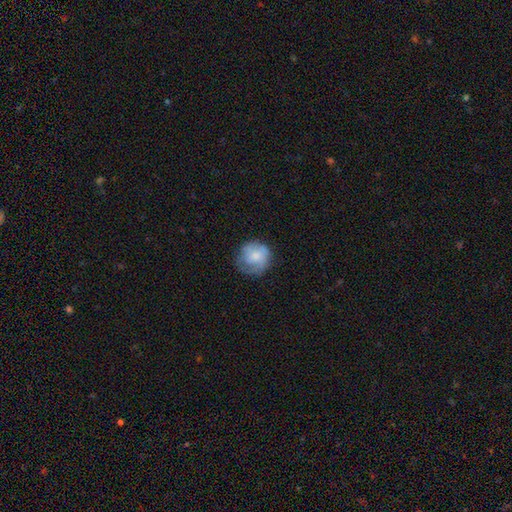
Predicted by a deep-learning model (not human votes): A smooth galaxy with no disk features (63%) that is round (88%).

Vote fractions:
- Smooth or featured? smooth: 63% / featured or disk: 30% / star or artifact: 7%
- How rounded? round: 88% / in between: 11% / cigar-shaped: 1%
- Merging? none: 62% / minor disturbance: 24% / major disturbance: 12% / merger: 1%